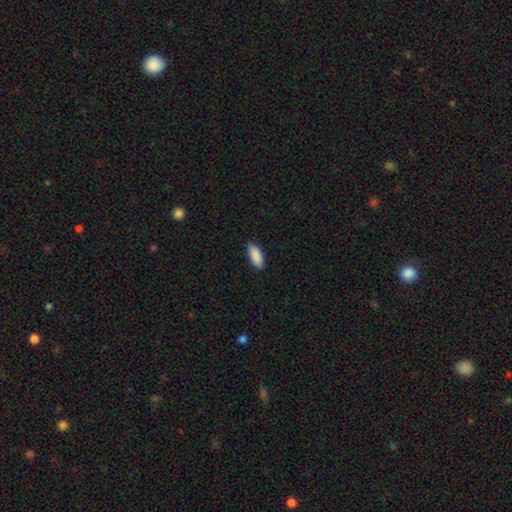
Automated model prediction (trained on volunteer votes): Smooth or featured? Predicted: smooth (p=0.90). How rounded? Predicted: in between (p=0.77). Merging? Predicted: none (p=0.88).